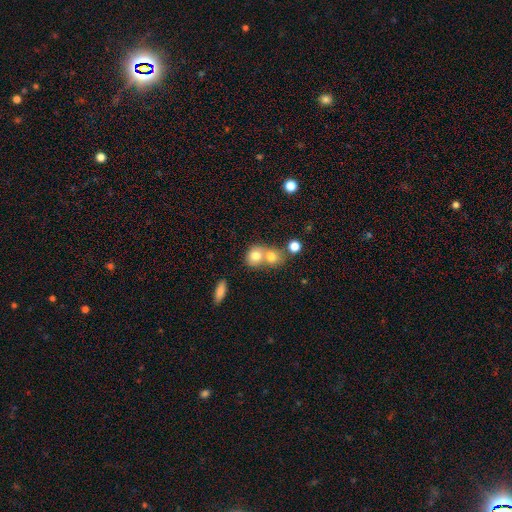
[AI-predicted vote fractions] Smooth or featured?
  - smooth: 76% *
  - featured or disk: 14%
  - star or artifact: 10%
How rounded?
  - round: 71% *
  - in between: 28%
  - cigar-shaped: 1%
Merging?
  - merger: 61% *
  - none: 30%
  - minor disturbance: 6%
  - major disturbance: 3%